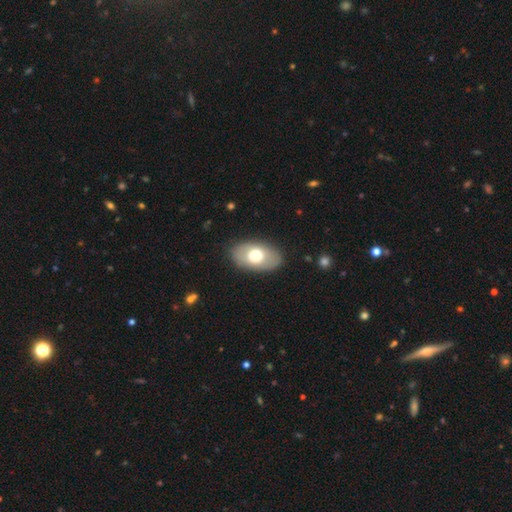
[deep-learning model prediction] smooth-or-featured: smooth: 64% | featured or disk: 30% | star or artifact: 6%
  how-rounded: in between: 91% | round: 8% | cigar-shaped: 1%
  merging: none: 86% | minor disturbance: 10% | major disturbance: 3% | merger: 1%